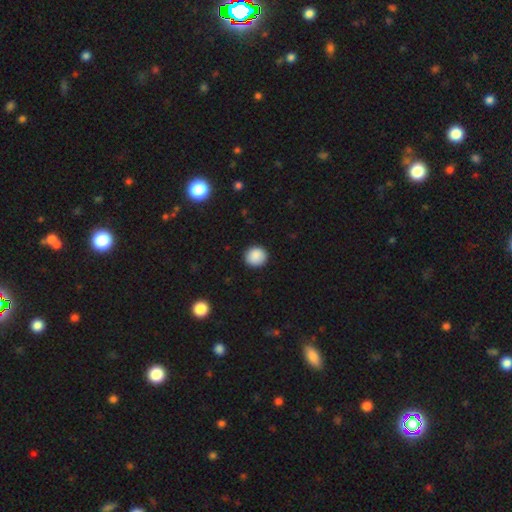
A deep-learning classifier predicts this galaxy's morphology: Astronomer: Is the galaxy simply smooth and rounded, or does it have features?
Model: smooth — 89%.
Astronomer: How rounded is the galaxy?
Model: round — 90%.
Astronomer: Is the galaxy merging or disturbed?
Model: none — 91%.